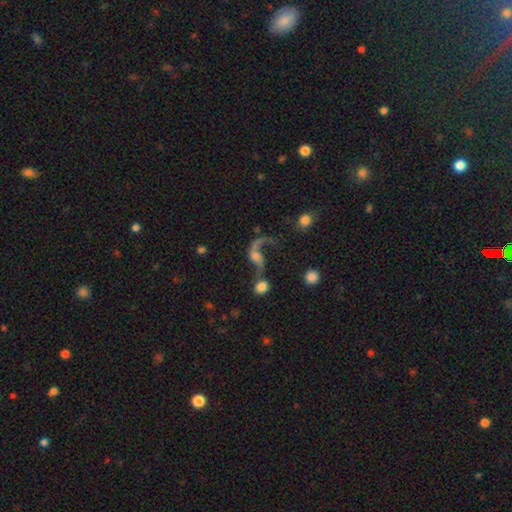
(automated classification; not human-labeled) This is likely a featured or disk galaxy (73%). It is clearly not viewed edge-on (95%). Bar: possibly no (58%). Spiral arm pattern: clearly yes (86%). Spiral arm count: likely 2 (72%). Spiral winding: clearly loose (91%). Central bulge: marginally small (36%). Merging: marginally none (31%, tied with merger).